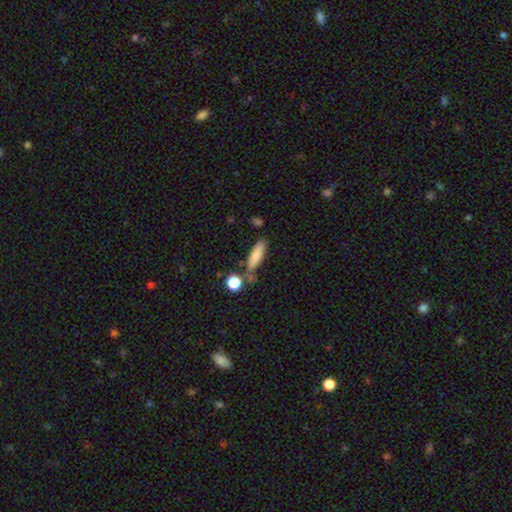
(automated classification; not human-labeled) A smooth galaxy with no disk features (82%) that is cigar-shaped (55%). Merging: none (68%).